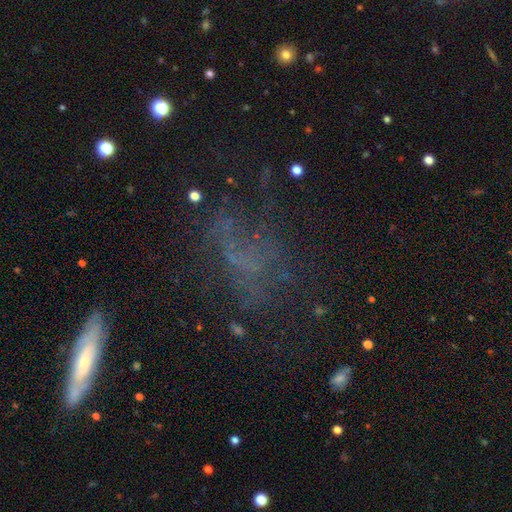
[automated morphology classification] This appears to be a featured or disk galaxy (39%). Merging: none (50%).